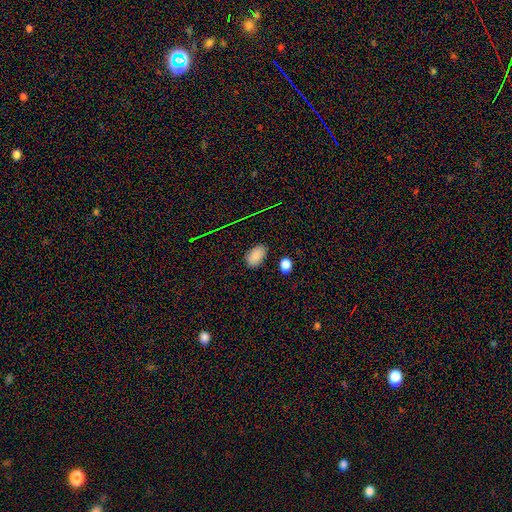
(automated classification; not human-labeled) A smooth galaxy with no disk features (82%) that is in between round and cigar-shaped (91%).

Vote fractions:
- Smooth or featured? smooth: 82% / star or artifact: 13% / featured or disk: 5%
- How rounded? in between: 91% / round: 8% / cigar-shaped: 1%
- Merging? none: 82% / minor disturbance: 13% / major disturbance: 3% / merger: 3%